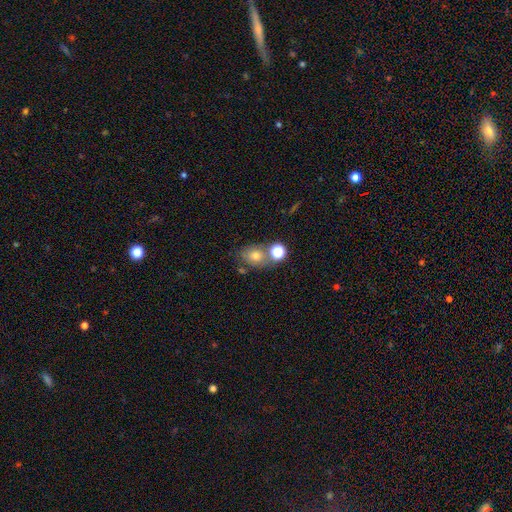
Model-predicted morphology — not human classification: Smooth or featured? Predicted: smooth (p=0.70). How rounded? Predicted: in between (p=0.51). Merging? Predicted: none (p=0.54).